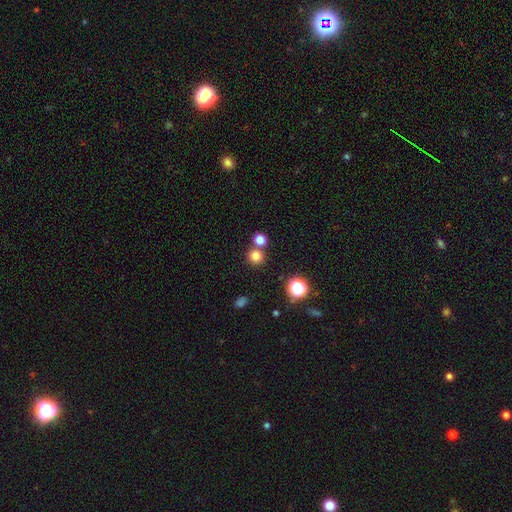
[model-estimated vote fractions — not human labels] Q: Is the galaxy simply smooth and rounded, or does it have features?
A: smooth — 77%.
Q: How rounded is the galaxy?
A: round — 92%.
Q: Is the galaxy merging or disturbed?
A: none — 68%.